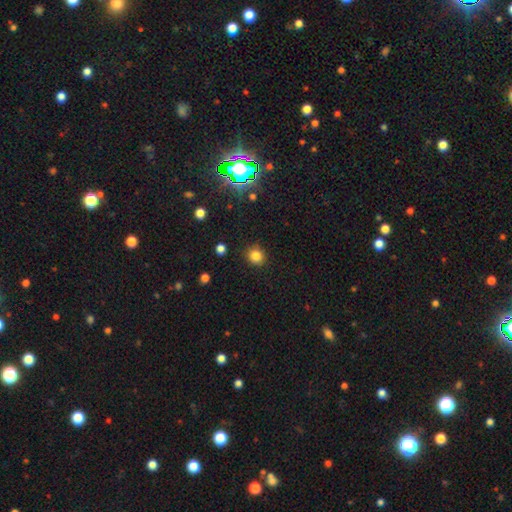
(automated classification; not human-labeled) Morphology: type=smooth (82%); roundness=round (88%); merging=none (89%).